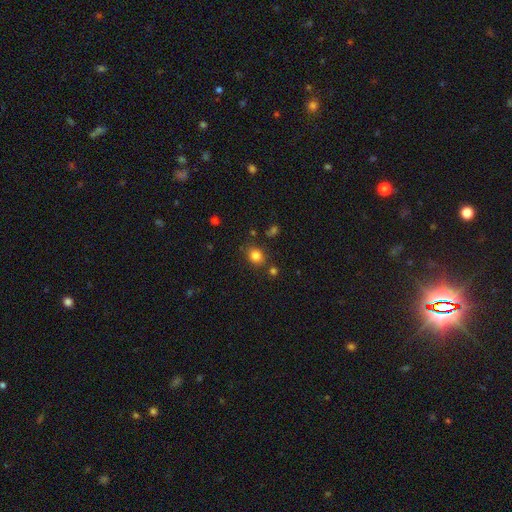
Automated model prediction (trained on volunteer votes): Smooth or featured?
  - smooth: 81% *
  - star or artifact: 13%
  - featured or disk: 6%
How rounded?
  - round: 70% *
  - in between: 29%
  - cigar-shaped: 1%
Merging?
  - none: 80% *
  - minor disturbance: 11%
  - merger: 5%
  - major disturbance: 3%